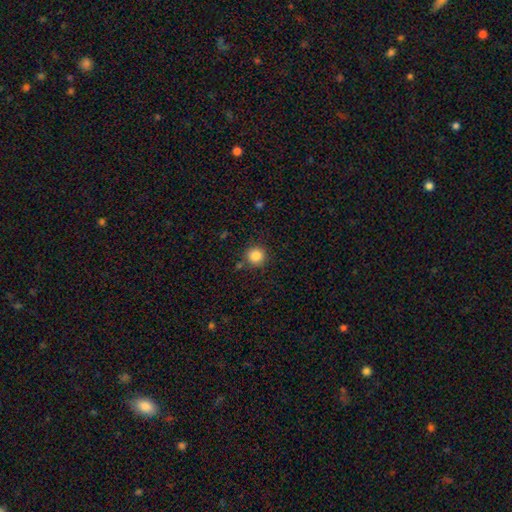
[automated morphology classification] The model was most divided on "smooth or featured": smooth: 85%, star or artifact: 11%, featured or disk: 4%. More confident: how rounded — round (94%); merging — none (86%).